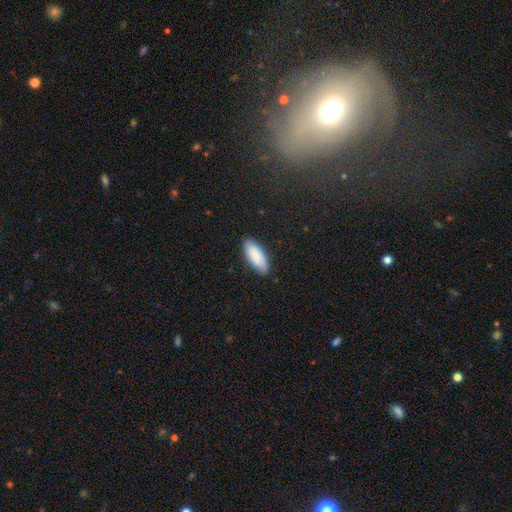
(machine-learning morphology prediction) smooth 88%, featured or disk 7%, star or artifact 5%. Down the decision tree: how rounded — in between (79%); merging — none (86%).